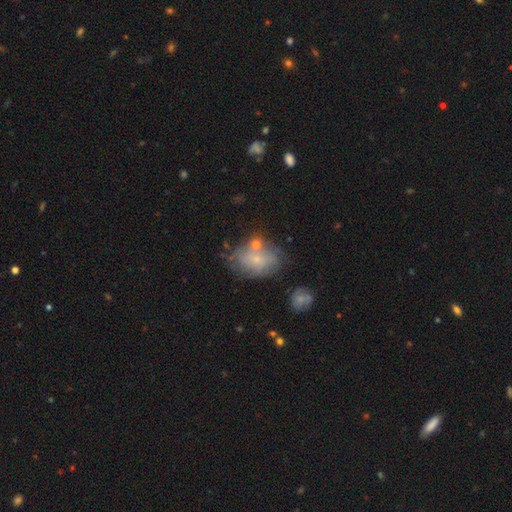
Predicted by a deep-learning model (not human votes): This is possibly a featured or disk galaxy (47%). Merging: possibly none (51%).